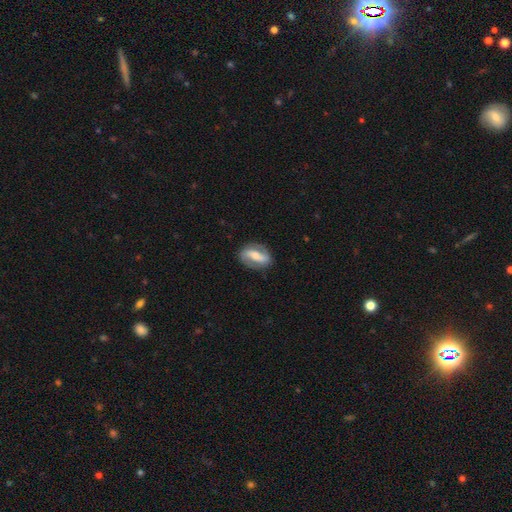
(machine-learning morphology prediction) Smooth or featured? Predicted: featured or disk (p=0.69). Edge-on disk? Predicted: no (p=0.92). Bar? Predicted: strong (p=0.57). Spiral arms? Predicted: yes (p=0.79). Bulge size? Predicted: moderate (p=0.53). Merging? Predicted: none (p=0.83).